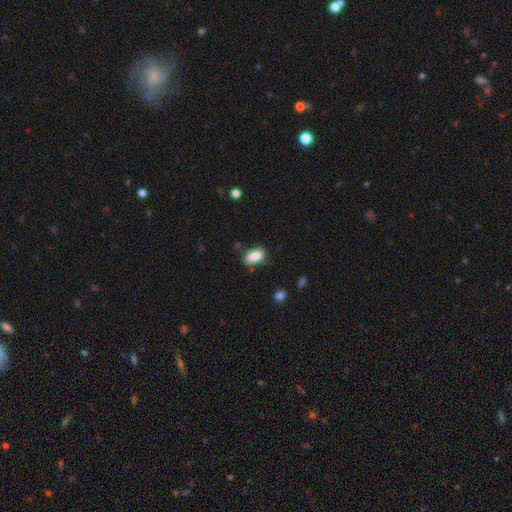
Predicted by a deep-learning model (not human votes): Smooth or featured?
  - smooth: 87% *
  - star or artifact: 8%
  - featured or disk: 5%
How rounded?
  - in between: 89% *
  - round: 7%
  - cigar-shaped: 4%
Merging?
  - none: 77% *
  - minor disturbance: 16%
  - major disturbance: 4%
  - merger: 3%